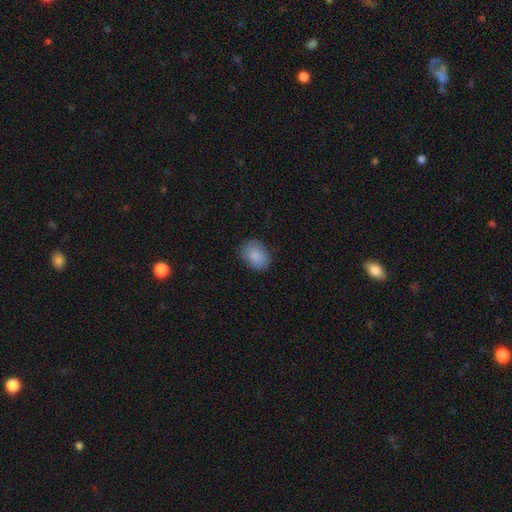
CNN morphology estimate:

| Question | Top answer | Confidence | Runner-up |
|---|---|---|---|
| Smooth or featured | smooth | 87% | star or artifact (7%) |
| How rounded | in between | 73% | round (26%) |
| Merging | none | 82% | minor disturbance (14%) |